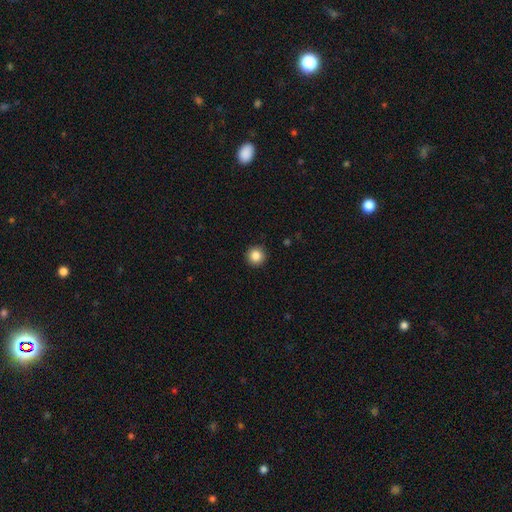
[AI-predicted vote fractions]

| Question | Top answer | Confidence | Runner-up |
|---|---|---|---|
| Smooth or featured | smooth | 86% | star or artifact (10%) |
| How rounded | round | 96% | in between (3%) |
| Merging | none | 93% | minor disturbance (5%) |